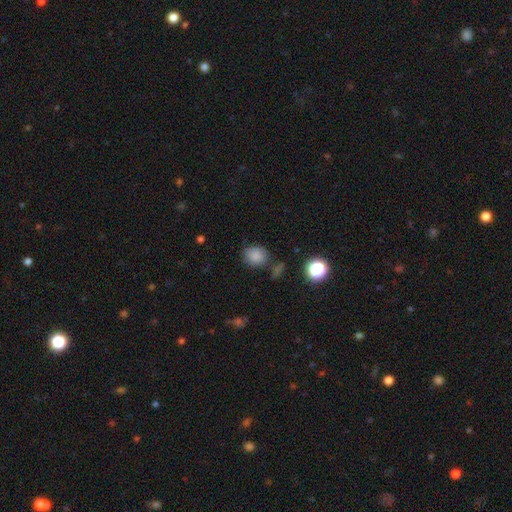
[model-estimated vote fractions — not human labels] Morphology: type=smooth (83%); roundness=round (60%); merging=none (73%).